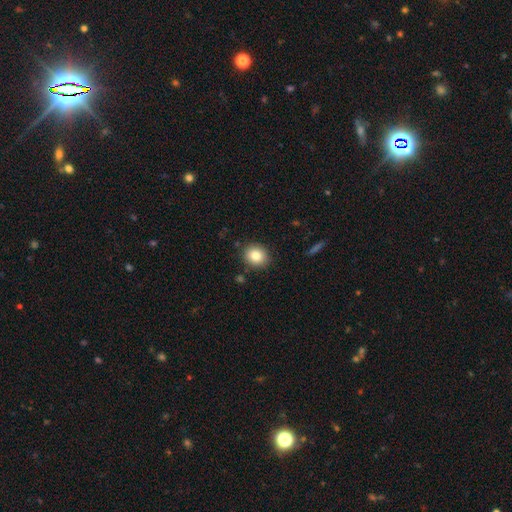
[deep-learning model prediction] Smooth or featured? Predicted: smooth (p=0.83). How rounded? Predicted: round (p=0.74). Merging? Predicted: none (p=0.88).